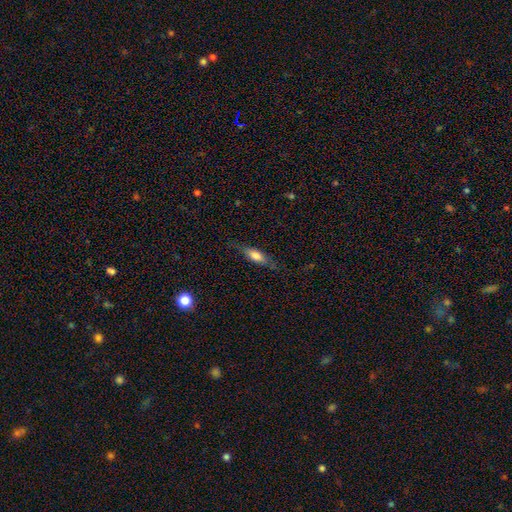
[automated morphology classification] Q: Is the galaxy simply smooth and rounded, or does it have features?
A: smooth — 59%.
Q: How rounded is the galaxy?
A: in between — 50%.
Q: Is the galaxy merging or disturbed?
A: none — 74%.